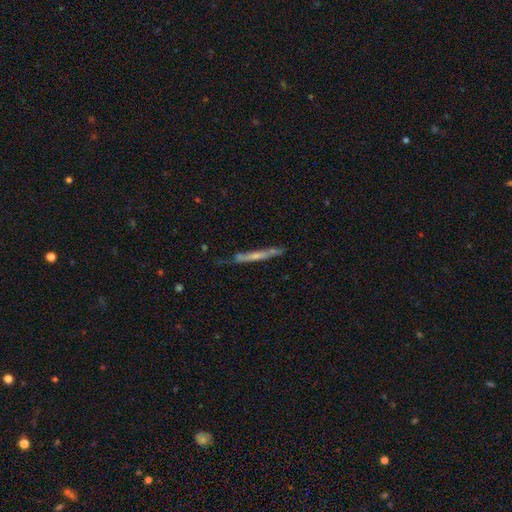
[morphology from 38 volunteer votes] smooth-or-featured: featured or disk: 61% | smooth: 37% | star or artifact: 3%
  disk-edge-on: yes: 96% | no: 4%
    edge-on-bulge: none: 64% | rounded: 32% | boxy: 5%
  merging: none: 62% | minor disturbance: 24% | merger: 11% | major disturbance: 3%